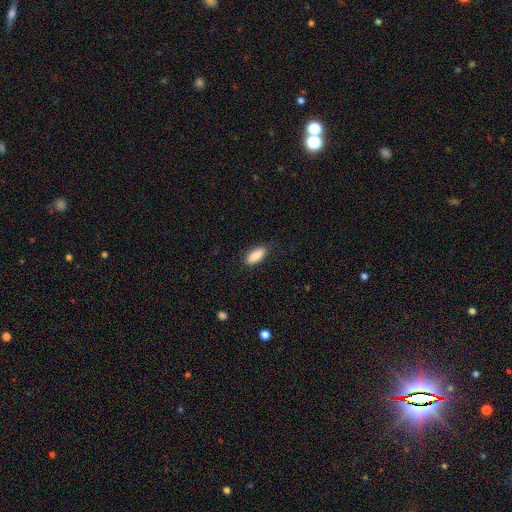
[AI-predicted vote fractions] Q: Smooth or featured?
A: smooth (88%); runner-up: star or artifact (7%)
Q: How rounded?
A: in between (81%); runner-up: cigar-shaped (16%)
Q: Merging?
A: none (82%); runner-up: minor disturbance (14%)